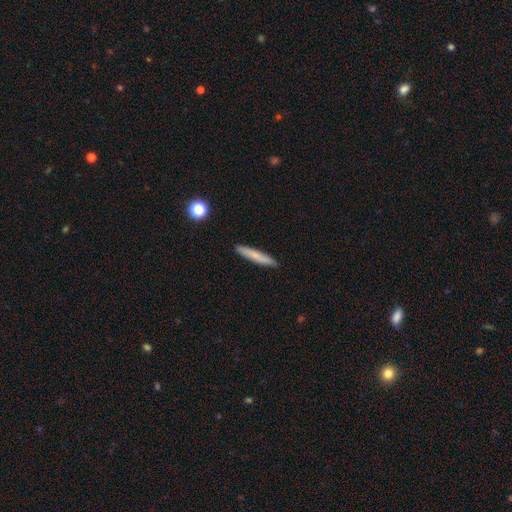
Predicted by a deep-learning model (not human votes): Overall: smooth (73%). How rounded: cigar-shaped (94%). Merging: none (90%).